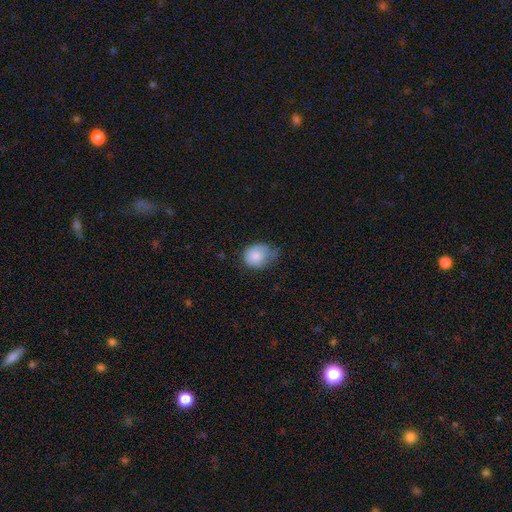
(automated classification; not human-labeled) The model was most divided on "how rounded": in between: 50%, round: 49%, cigar-shaped: 1%. Remaining: smooth or featured — smooth (82%); merging — minor disturbance (45%).